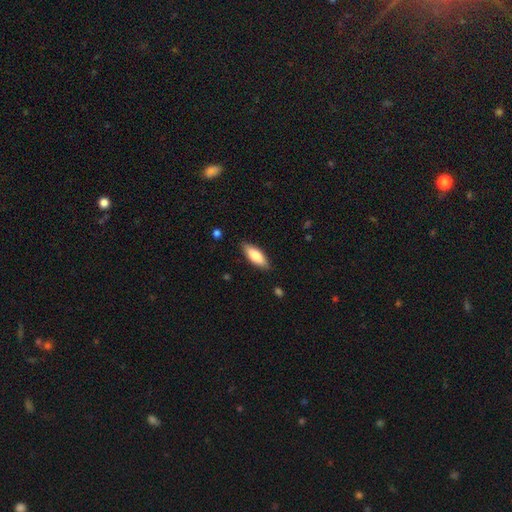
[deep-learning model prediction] Smooth or featured? Predicted: smooth (p=0.78). How rounded? Predicted: in between (p=0.68). Merging? Predicted: none (p=0.86).